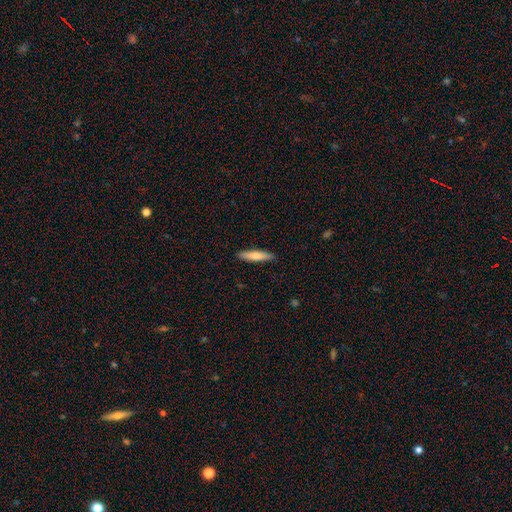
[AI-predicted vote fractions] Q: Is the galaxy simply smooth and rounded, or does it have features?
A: smooth — 73%.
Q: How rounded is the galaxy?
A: cigar-shaped — 85%.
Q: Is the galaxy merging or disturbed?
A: none — 91%.